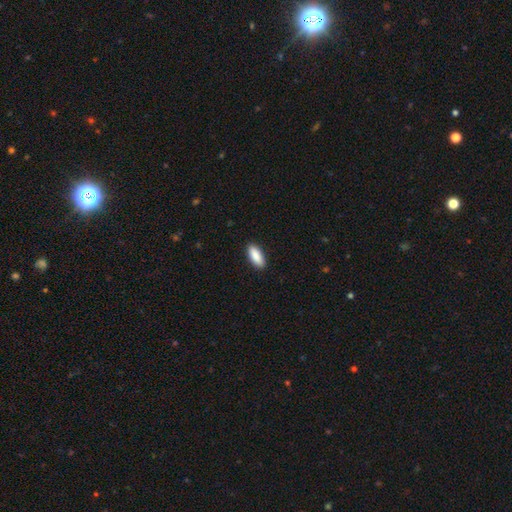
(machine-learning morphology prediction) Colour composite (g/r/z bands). It shows a smooth galaxy with no disk features (90%) that is in between round and cigar-shaped (80%). Merging: none (91%).